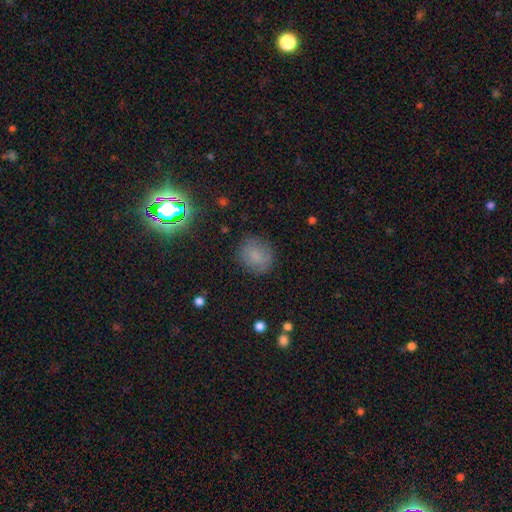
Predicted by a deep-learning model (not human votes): Smooth or featured?
  - smooth: 76% *
  - star or artifact: 15%
  - featured or disk: 9%
How rounded?
  - round: 74% *
  - in between: 25%
  - cigar-shaped: 1%
Merging?
  - none: 83% *
  - minor disturbance: 12%
  - major disturbance: 4%
  - merger: 1%